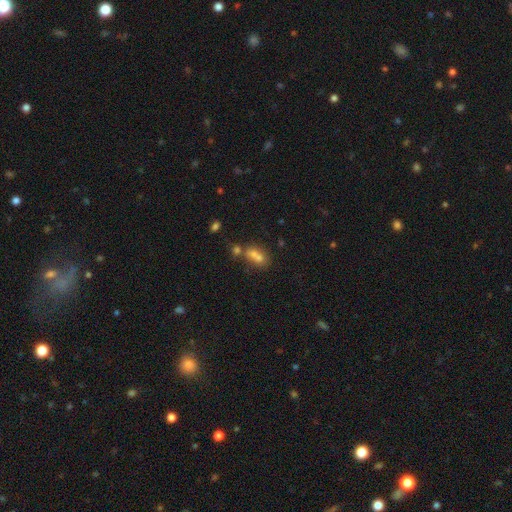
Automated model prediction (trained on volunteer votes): Smooth or featured? smooth (65%)
How rounded? in between (56%)
Merging? merger (63%)